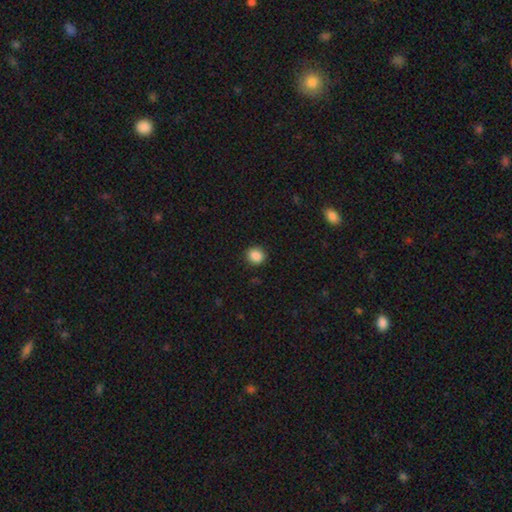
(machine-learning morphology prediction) Smooth or featured? smooth (87%)
How rounded? round (82%)
Merging? none (90%)